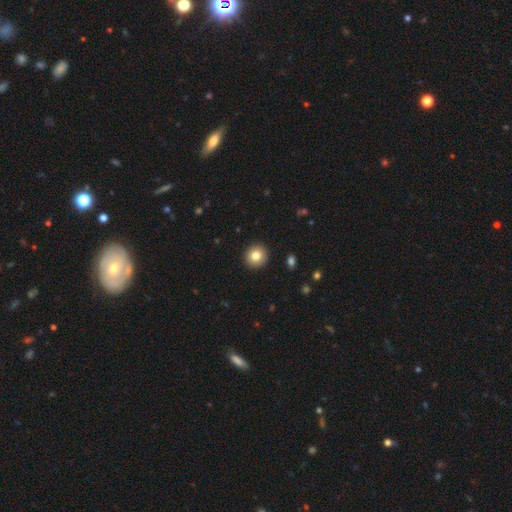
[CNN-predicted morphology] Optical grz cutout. It shows a smooth galaxy with no disk features (82%) that is round (93%). Merging: none (93%).